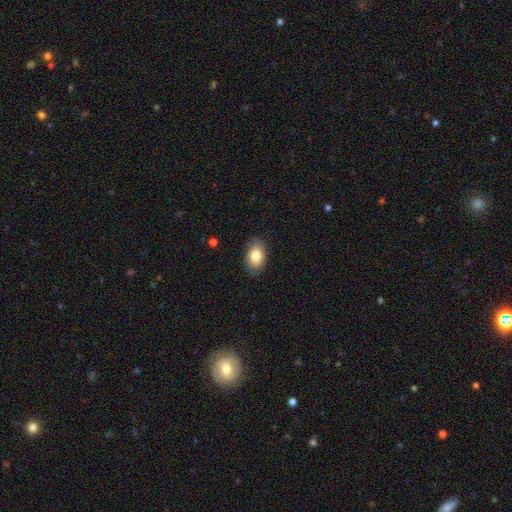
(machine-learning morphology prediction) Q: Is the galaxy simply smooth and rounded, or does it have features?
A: smooth — 81%.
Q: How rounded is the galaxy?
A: in between — 86%.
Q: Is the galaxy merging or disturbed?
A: none — 85%.